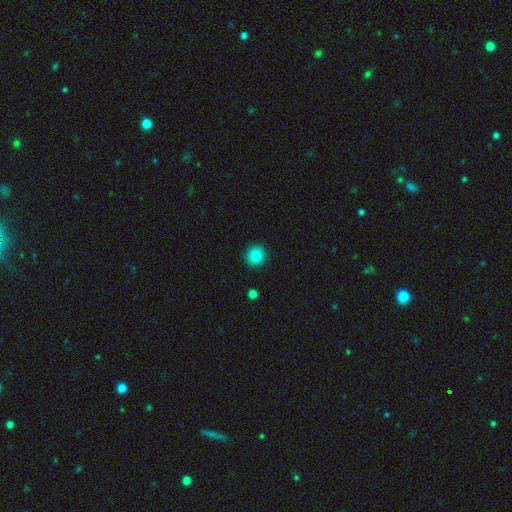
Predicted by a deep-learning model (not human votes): Smooth or featured? Predicted: smooth (p=0.84). How rounded? Predicted: round (p=0.93). Merging? Predicted: none (p=0.92).